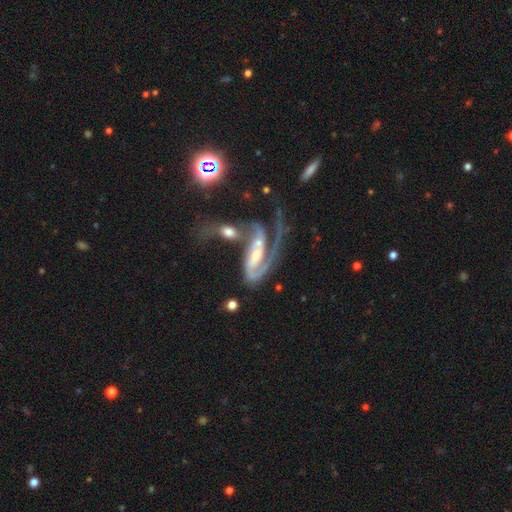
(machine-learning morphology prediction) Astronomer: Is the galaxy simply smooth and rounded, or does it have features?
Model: featured or disk — 85%.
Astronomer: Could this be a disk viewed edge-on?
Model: no — 94%.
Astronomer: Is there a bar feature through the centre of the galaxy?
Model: weak — 35%, tied with no at 35%.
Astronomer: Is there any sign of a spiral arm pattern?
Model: yes — 93%.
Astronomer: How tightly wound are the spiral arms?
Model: medium — 41% (runner-up: tight, 31%).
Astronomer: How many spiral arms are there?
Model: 1 — 44% (runner-up: 2, 43%).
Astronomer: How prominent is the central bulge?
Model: moderate — 43% (runner-up: small, 40%).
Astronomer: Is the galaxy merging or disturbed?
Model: merger — 52%.